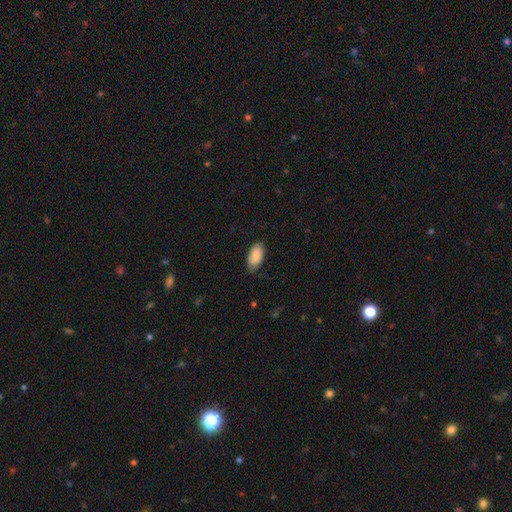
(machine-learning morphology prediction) Smooth or featured? smooth (88%)
How rounded? in between (93%)
Merging? none (78%)